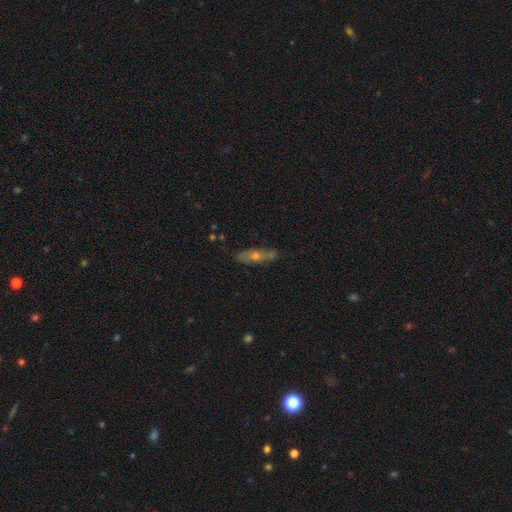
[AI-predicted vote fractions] Smooth or featured?
  - featured or disk: 54% *
  - smooth: 36%
  - star or artifact: 10%
Edge-on disk?
  - yes: 55% *
  - no: 45%
Merging?
  - none: 75% *
  - minor disturbance: 18%
  - major disturbance: 4%
  - merger: 4%